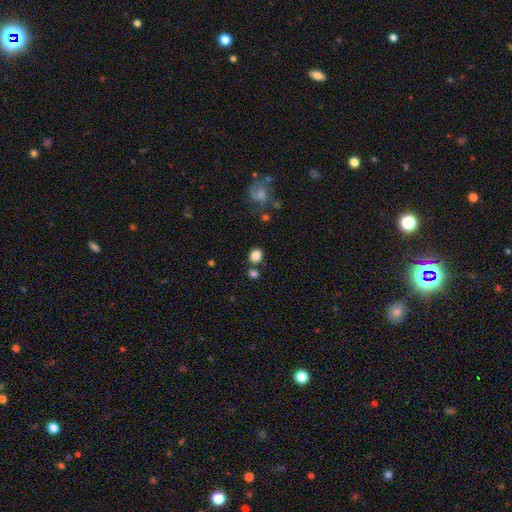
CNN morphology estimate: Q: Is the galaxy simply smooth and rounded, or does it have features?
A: smooth — 85%.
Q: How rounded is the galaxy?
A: round — 69%.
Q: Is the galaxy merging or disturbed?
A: none — 72%.